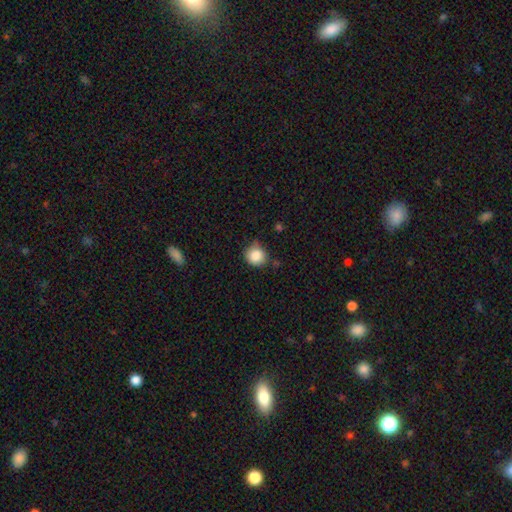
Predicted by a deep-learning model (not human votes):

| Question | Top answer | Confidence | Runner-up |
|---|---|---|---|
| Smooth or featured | smooth | 86% | star or artifact (9%) |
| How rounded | round | 86% | in between (13%) |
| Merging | none | 68% | minor disturbance (24%) |